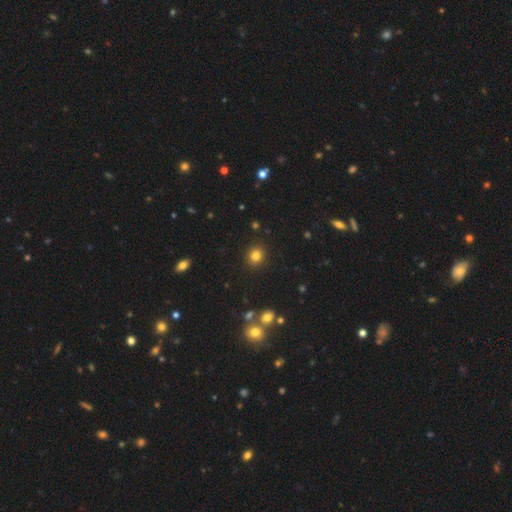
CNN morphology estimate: Q: Smooth or featured?
A: smooth (81%); runner-up: star or artifact (13%)
Q: How rounded?
A: round (80%); runner-up: in between (19%)
Q: Merging?
A: none (90%); runner-up: minor disturbance (6%)